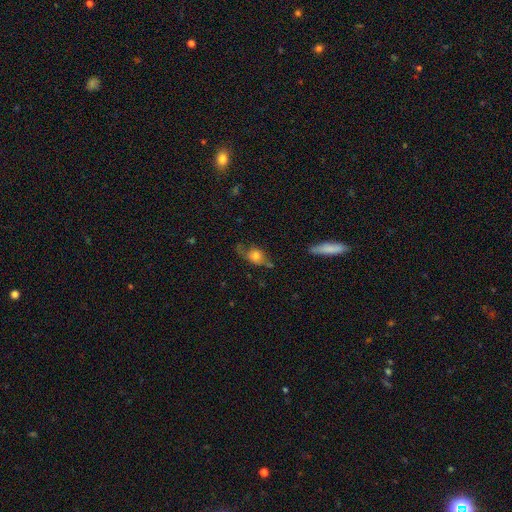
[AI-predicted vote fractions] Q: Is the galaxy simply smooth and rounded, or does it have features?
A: smooth — 61%.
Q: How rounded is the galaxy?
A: in between — 65%.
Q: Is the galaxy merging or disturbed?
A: none — 48%.